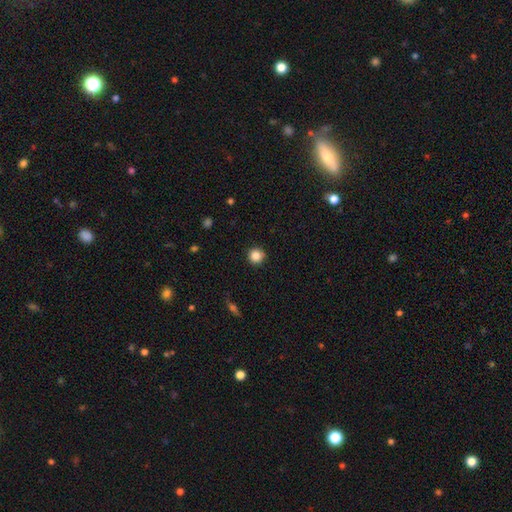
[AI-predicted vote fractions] Morphology: type=smooth (85%); roundness=round (95%); merging=none (91%).